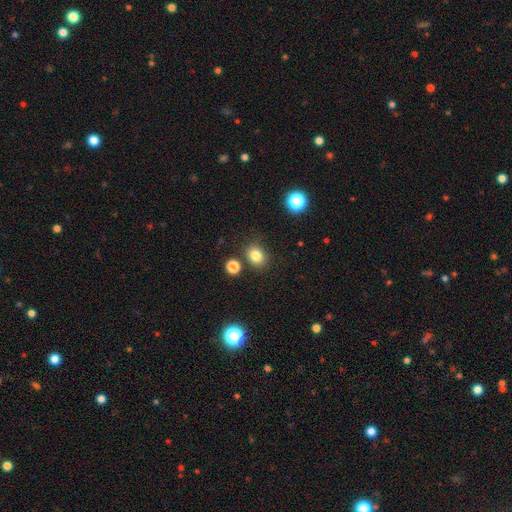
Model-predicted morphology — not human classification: smooth 81%, star or artifact 13%, featured or disk 6%. Down the decision tree: how rounded — round (57%); merging — none (80%).